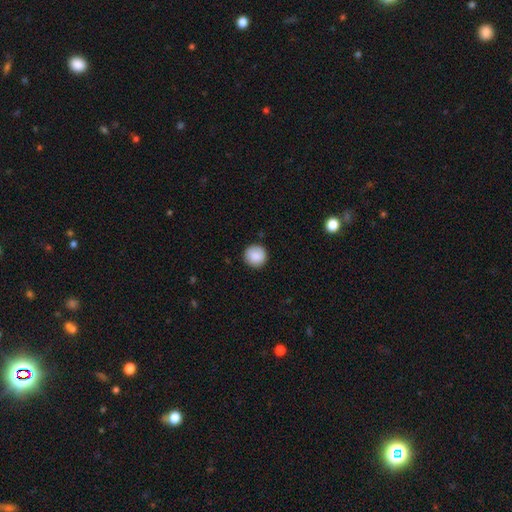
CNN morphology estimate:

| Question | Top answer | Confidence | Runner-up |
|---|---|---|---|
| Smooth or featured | smooth | 88% | star or artifact (7%) |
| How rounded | round | 94% | in between (5%) |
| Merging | none | 90% | minor disturbance (7%) |